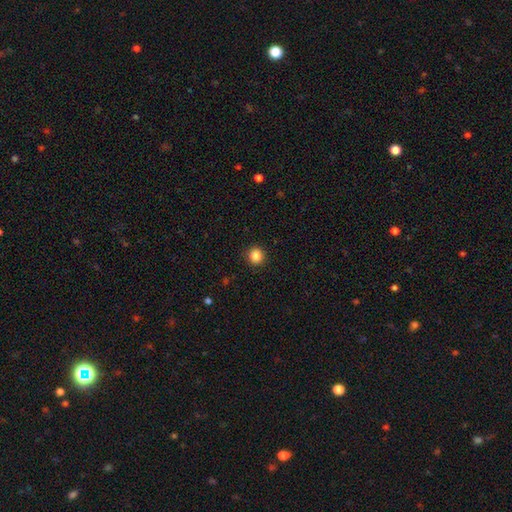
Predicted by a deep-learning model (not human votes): Smooth or featured? Predicted: smooth (p=0.86). How rounded? Predicted: round (p=0.93). Merging? Predicted: none (p=0.92).